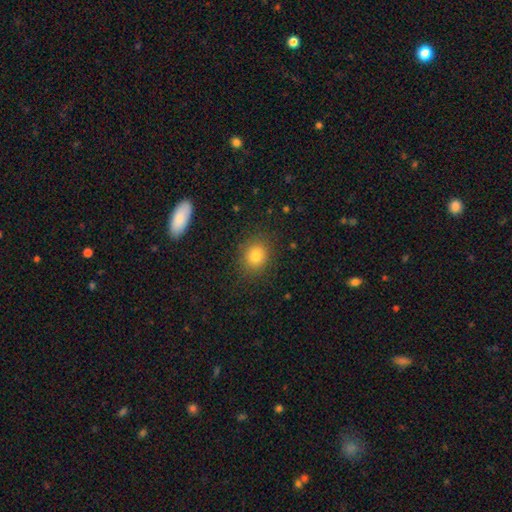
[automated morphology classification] Overall: smooth (82%). How rounded: round (69%; in between 30%). Merging: none (87%).